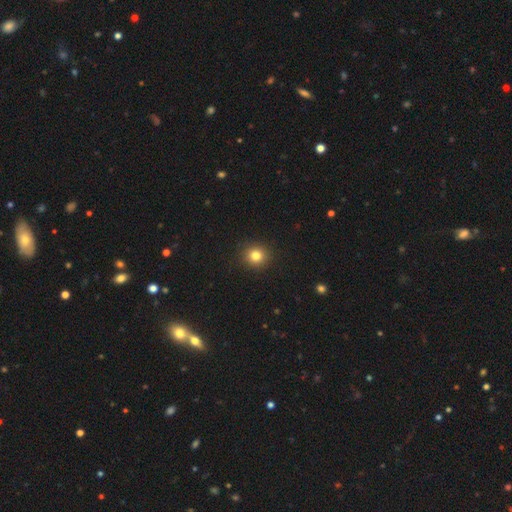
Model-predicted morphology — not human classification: smooth_or_featured: smooth (p=0.82) [alt: star or artifact p=0.12]
how_rounded: round (p=0.91) [alt: in between p=0.08]
merging: none (p=0.92) [alt: minor disturbance p=0.05]